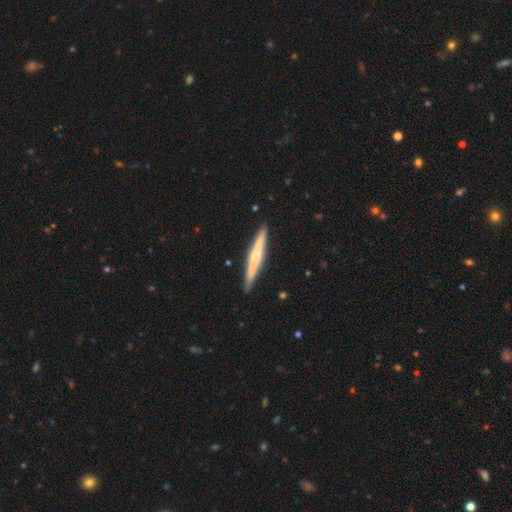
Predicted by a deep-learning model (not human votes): The model was most divided on "smooth or featured": featured or disk: 51%, smooth: 43%, star or artifact: 6%. More confident: edge-on disk — yes (96%); merging — none (90%).